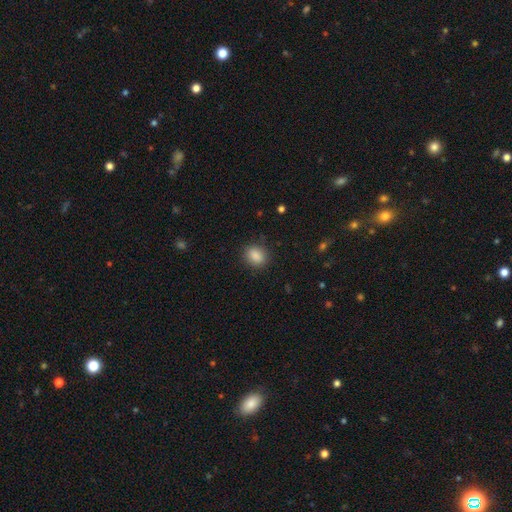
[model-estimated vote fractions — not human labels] Smooth or featured? Predicted: smooth (p=0.87). How rounded? Predicted: round (p=0.51). Merging? Predicted: none (p=0.86).